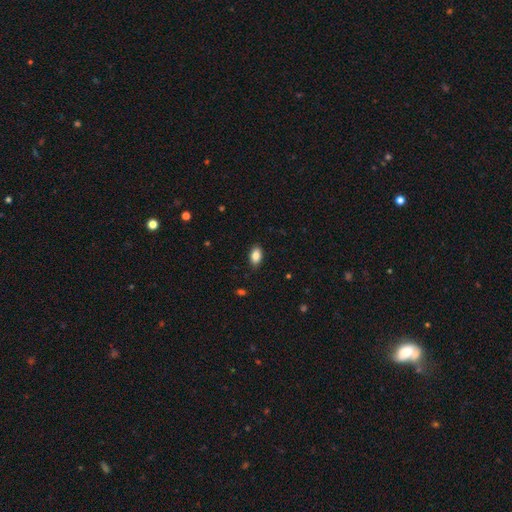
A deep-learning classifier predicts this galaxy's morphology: smooth 87%, star or artifact 8%, featured or disk 6%. Down the decision tree: how rounded — in between (91%); merging — none (86%).